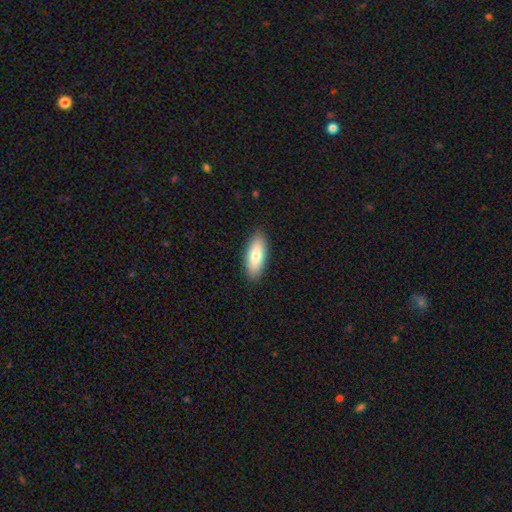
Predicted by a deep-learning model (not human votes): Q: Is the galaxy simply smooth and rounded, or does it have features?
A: smooth — 80%.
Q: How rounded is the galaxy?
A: in between — 76%.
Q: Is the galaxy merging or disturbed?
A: none — 89%.